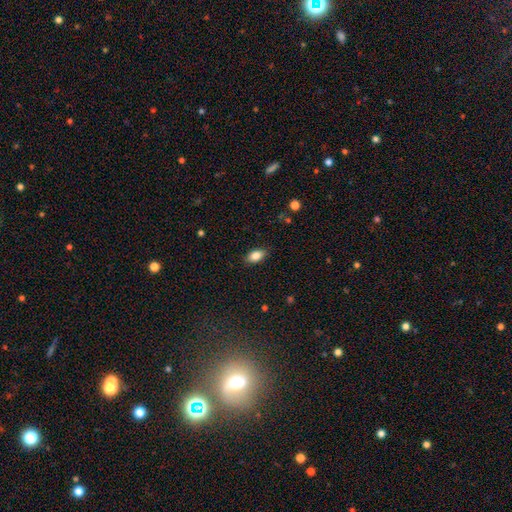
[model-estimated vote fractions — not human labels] This appears to be a smooth galaxy with no disk features (84%) that is in between round and cigar-shaped (90%). Merging: none (86%).